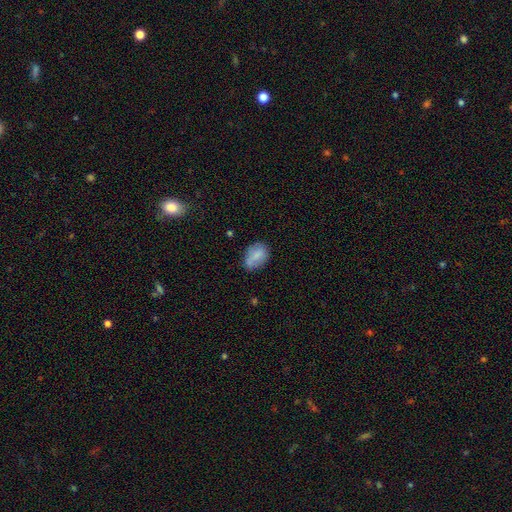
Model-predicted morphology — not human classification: Smooth or featured: smooth — 76% (featured or disk — 16%)
How rounded: in between — 80% (round — 19%)
Merging: none — 55% (minor disturbance — 29%)